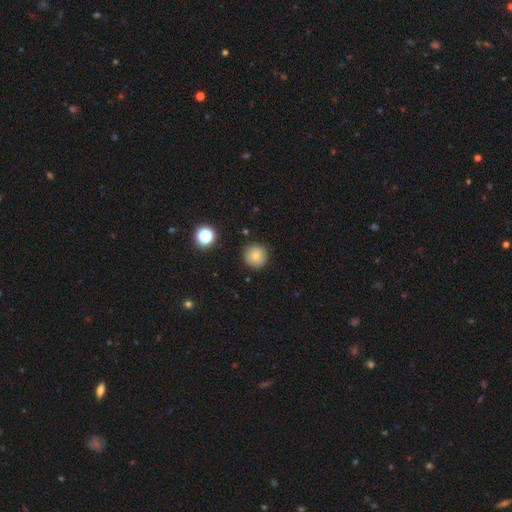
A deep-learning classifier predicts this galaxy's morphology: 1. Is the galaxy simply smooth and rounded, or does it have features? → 77% smooth, 12% star or artifact, 11% featured or disk.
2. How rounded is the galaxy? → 95% round, 4% in between, 1% cigar-shaped.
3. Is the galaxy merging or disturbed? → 89% none, 7% minor disturbance, 2% major disturbance, 1% merger.